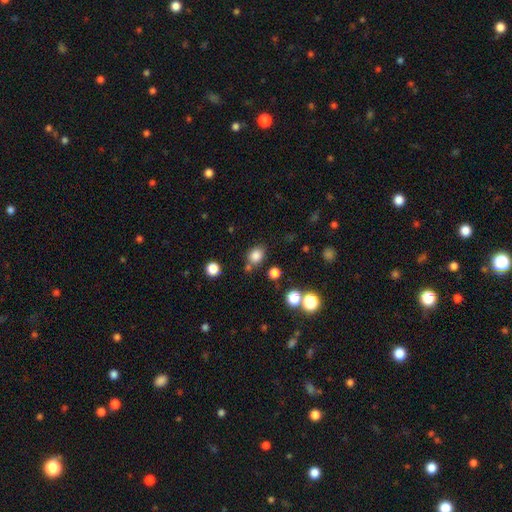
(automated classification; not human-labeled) Smooth or featured? Predicted: smooth (p=0.82). How rounded? Predicted: round (p=0.56). Merging? Predicted: none (p=0.72).